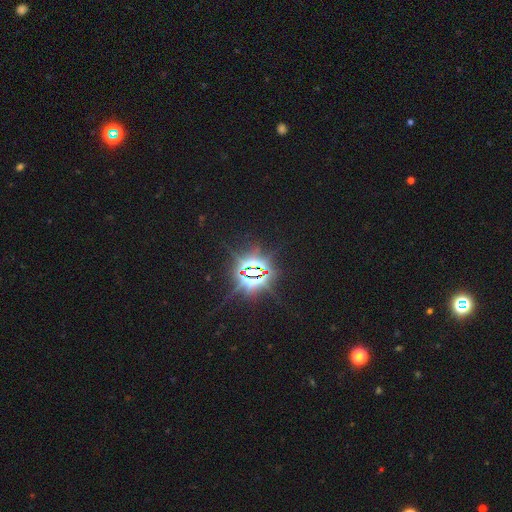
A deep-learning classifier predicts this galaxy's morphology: A star or artifact, not a galaxy (86%).

Vote fractions:
- Smooth or featured? star or artifact: 86% / smooth: 8% / featured or disk: 7%